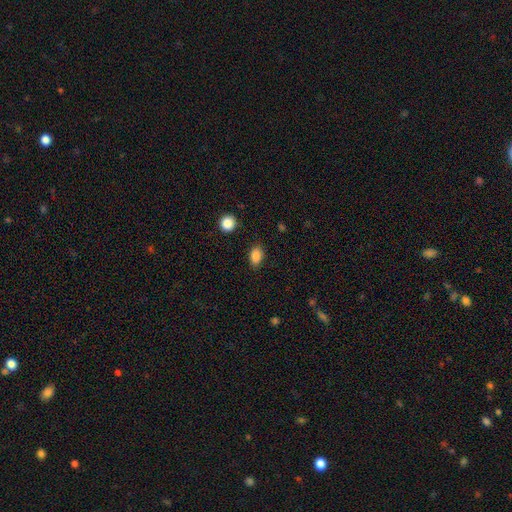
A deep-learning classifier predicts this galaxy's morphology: smooth-or-featured: smooth: 87% | star or artifact: 9% | featured or disk: 4%
  how-rounded: in between: 82% | round: 16% | cigar-shaped: 2%
  merging: none: 85% | minor disturbance: 11% | major disturbance: 3% | merger: 2%